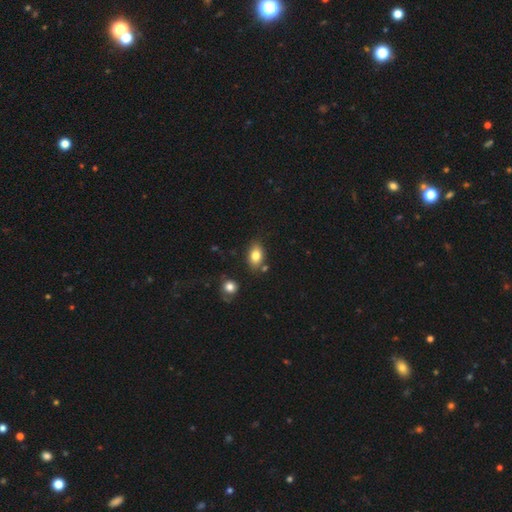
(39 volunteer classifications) smooth-or-featured: smooth: 79% | featured or disk: 18% | star or artifact: 3%
  how-rounded: in between: 81% | round: 16% | cigar-shaped: 3%
  merging: none: 74% | minor disturbance: 16% | major disturbance: 5% | merger: 5%